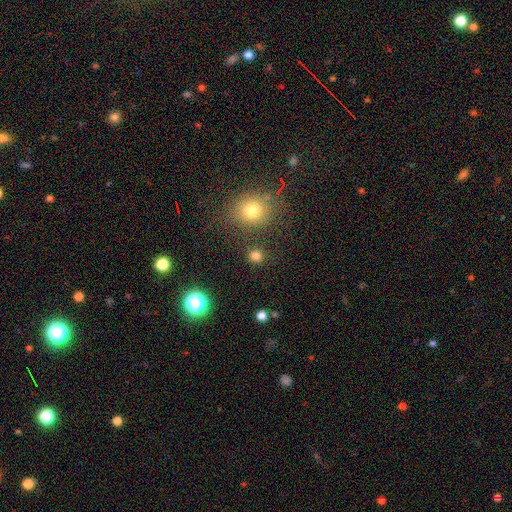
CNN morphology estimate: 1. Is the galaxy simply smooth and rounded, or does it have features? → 80% smooth, 16% star or artifact, 4% featured or disk.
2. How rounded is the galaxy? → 88% round, 11% in between, 1% cigar-shaped.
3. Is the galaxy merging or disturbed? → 85% none, 7% minor disturbance, 5% merger, 3% major disturbance.